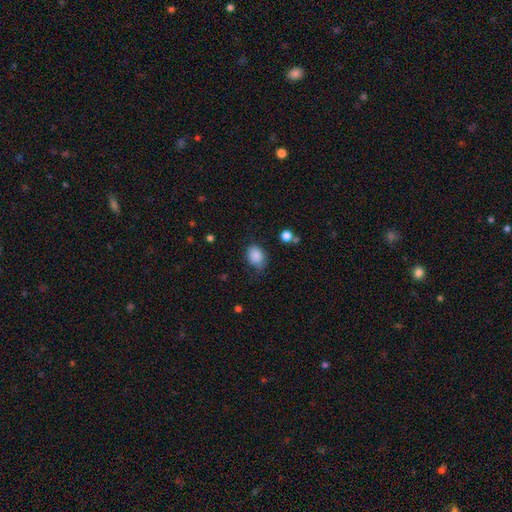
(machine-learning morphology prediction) This is clearly a smooth galaxy (86%). How rounded: possibly in between (58%). Merging: likely none (64%).